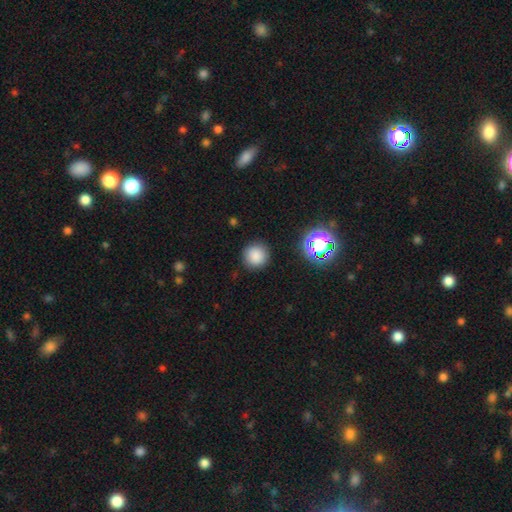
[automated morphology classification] Smooth or featured? Predicted: smooth (p=0.82). How rounded? Predicted: round (p=0.94). Merging? Predicted: none (p=0.89).